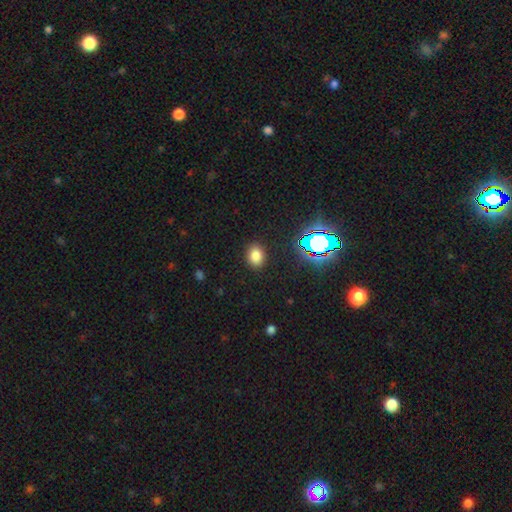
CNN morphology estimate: A smooth galaxy with no disk features (77%) that is in between round and cigar-shaped (61%). Merging: none (88%).